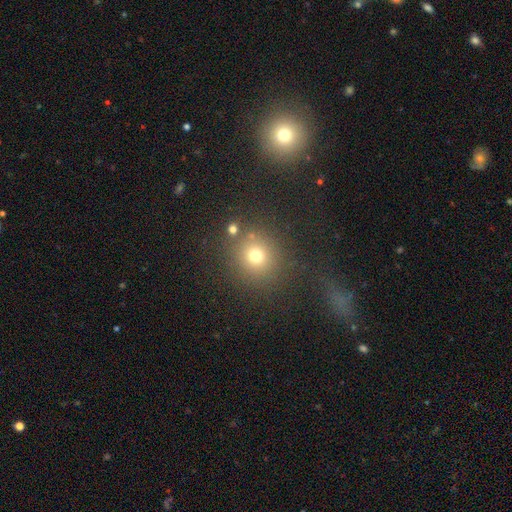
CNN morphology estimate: Smooth or featured? smooth (71%)
How rounded? round (89%)
Merging? none (82%)